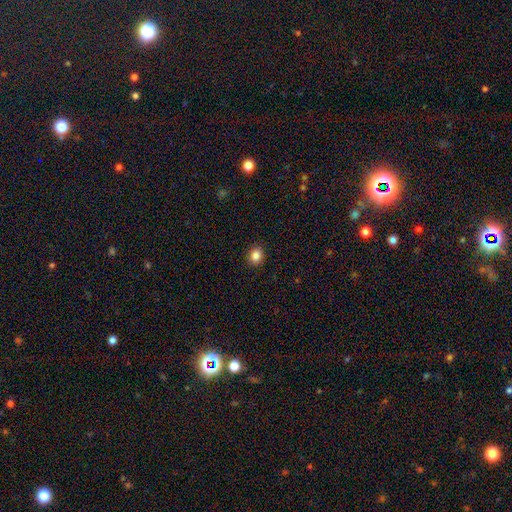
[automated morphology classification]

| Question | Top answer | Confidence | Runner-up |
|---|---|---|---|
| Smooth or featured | smooth | 85% | star or artifact (11%) |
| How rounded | round | 65% | in between (35%) |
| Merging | none | 92% | minor disturbance (6%) |